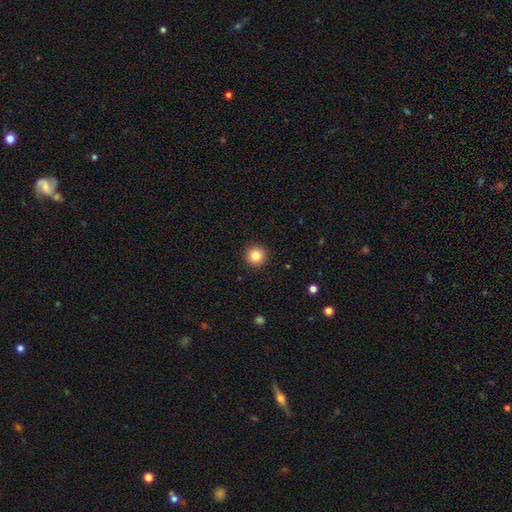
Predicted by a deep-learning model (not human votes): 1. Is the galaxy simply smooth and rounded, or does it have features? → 84% smooth, 11% star or artifact, 5% featured or disk.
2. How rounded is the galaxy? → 96% round, 3% in between, 1% cigar-shaped.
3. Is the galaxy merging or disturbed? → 93% none, 5% minor disturbance, 2% major disturbance, 1% merger.